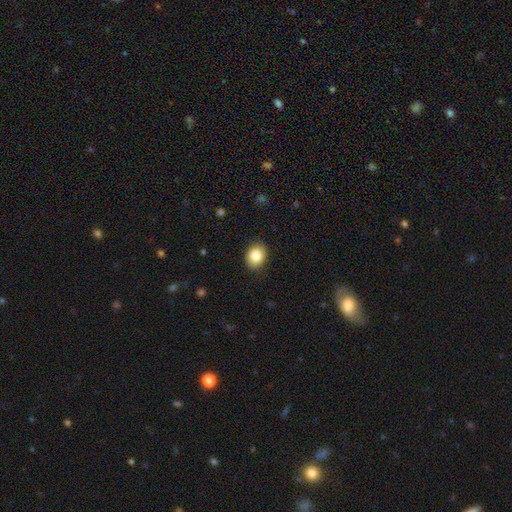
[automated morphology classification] This is clearly a smooth galaxy (83%). How rounded: possibly in between (50%). Merging: clearly none (90%).